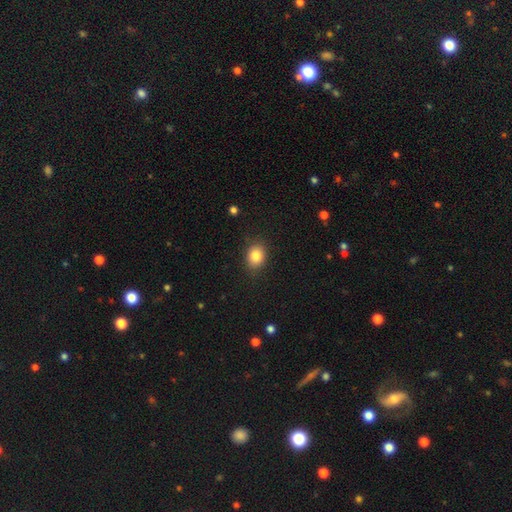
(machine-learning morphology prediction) smooth-or-featured: smooth: 84% | star or artifact: 9% | featured or disk: 7%
  how-rounded: in between: 54% | round: 45% | cigar-shaped: 1%
  merging: none: 85% | minor disturbance: 11% | major disturbance: 3% | merger: 1%